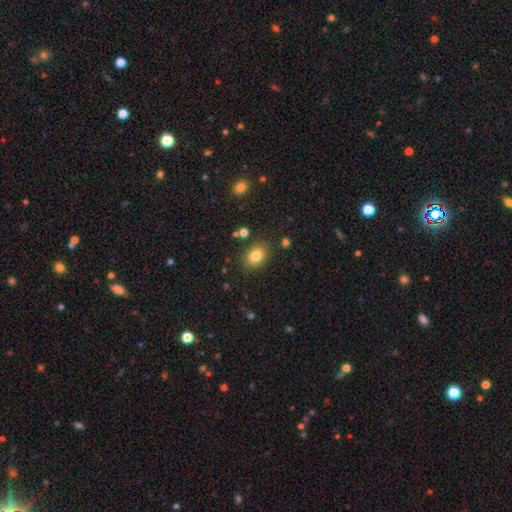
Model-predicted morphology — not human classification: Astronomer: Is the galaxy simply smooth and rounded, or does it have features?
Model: smooth — 81%.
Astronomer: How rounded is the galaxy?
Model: in between — 66%.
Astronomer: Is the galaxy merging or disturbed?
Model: none — 84%.